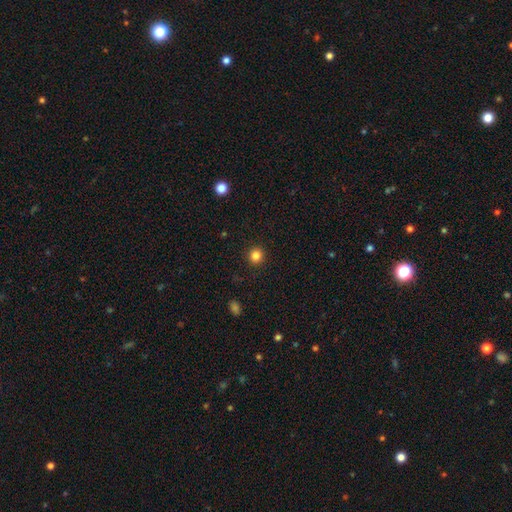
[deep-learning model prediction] Smooth or featured? smooth (84%)
How rounded? round (93%)
Merging? none (92%)